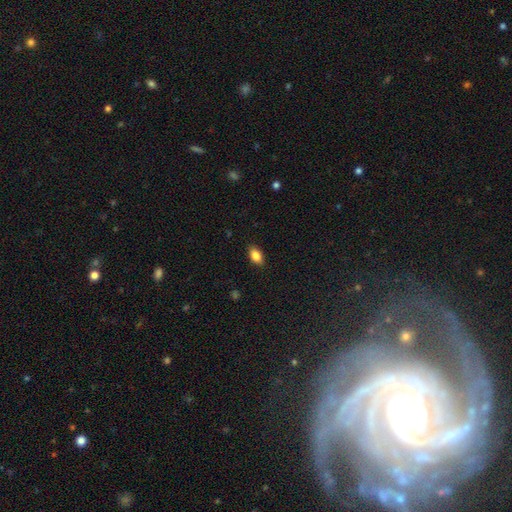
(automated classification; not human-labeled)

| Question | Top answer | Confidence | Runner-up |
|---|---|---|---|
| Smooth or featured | smooth | 85% | star or artifact (8%) |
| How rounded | in between | 89% | round (7%) |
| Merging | none | 87% | minor disturbance (10%) |